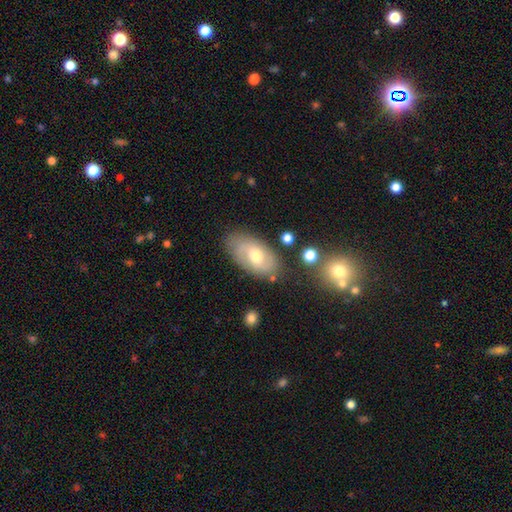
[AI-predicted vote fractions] Overall: featured or disk (54%; smooth 39%). Edge-on disk: no (92%). Merging: none (76%).